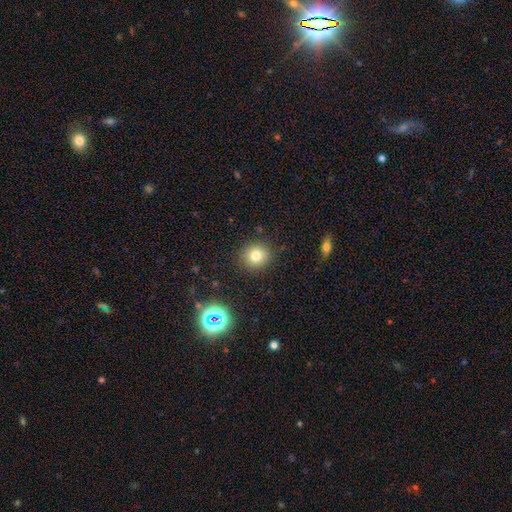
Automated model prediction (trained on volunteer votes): smooth-or-featured: smooth: 77% | star or artifact: 14% | featured or disk: 9%
  how-rounded: round: 88% | in between: 11% | cigar-shaped: 1%
  merging: none: 88% | minor disturbance: 8% | major disturbance: 2% | merger: 1%